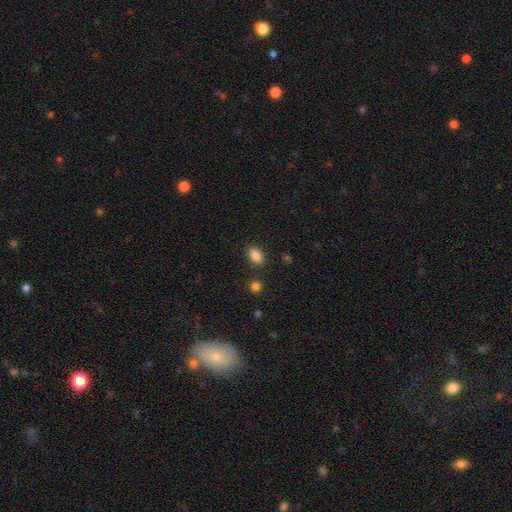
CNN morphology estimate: Smooth or featured: smooth — 86% (star or artifact — 9%)
How rounded: in between — 88% (round — 9%)
Merging: none — 84% (minor disturbance — 10%)